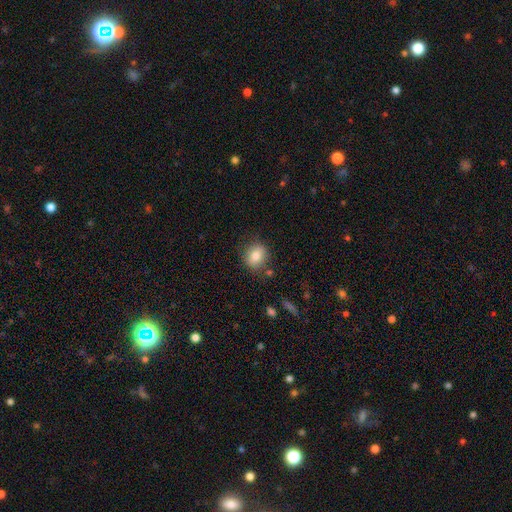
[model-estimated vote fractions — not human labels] A smooth galaxy with no disk features (80%) that is round (67%).

Vote fractions:
- Smooth or featured? smooth: 80% / featured or disk: 11% / star or artifact: 9%
- How rounded? round: 67% / in between: 32% / cigar-shaped: 1%
- Merging? none: 80% / minor disturbance: 13% / major disturbance: 3% / merger: 3%